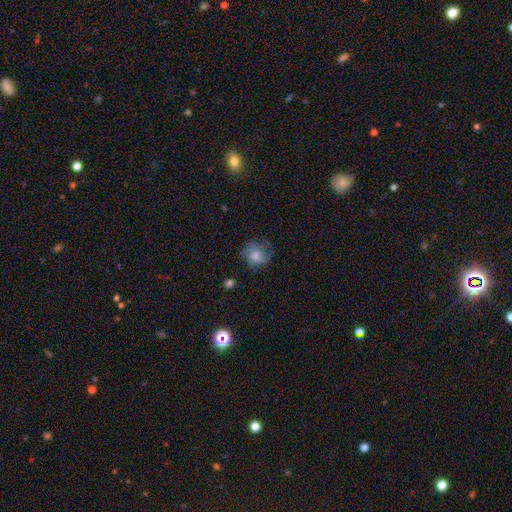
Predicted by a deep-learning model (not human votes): This is possibly a smooth galaxy (50%). How rounded: likely round (76%). Merging: likely none (63%).